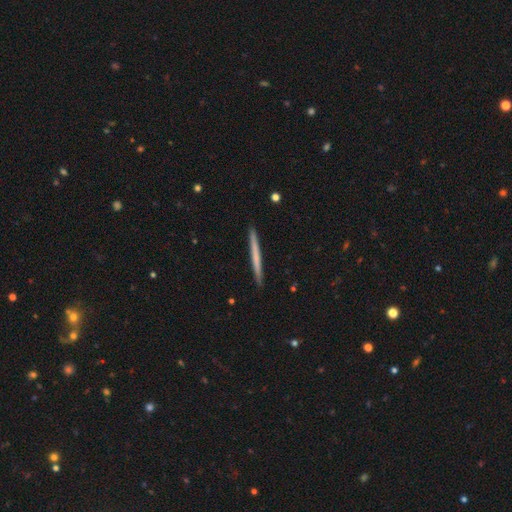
smooth-or-featured: smooth: 63% | featured or disk: 37% | star or artifact: 0%
  how-rounded: cigar-shaped: 100% | round: 0% | in between: 0%
  merging: none: 92% | minor disturbance: 8% | major disturbance: 0% | merger: 0%